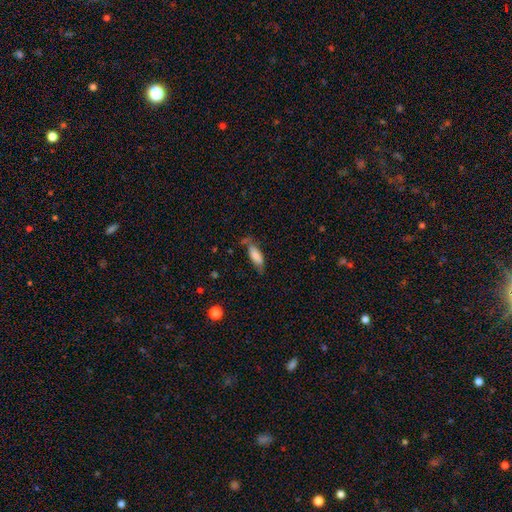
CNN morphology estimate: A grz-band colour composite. It shows a smooth galaxy with no disk features (78%) that is in between round and cigar-shaped (62%). Merging: none (52%).